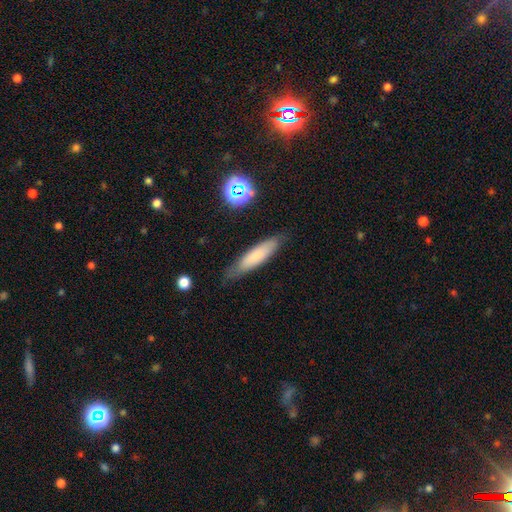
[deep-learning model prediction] A smooth galaxy with no disk features (74%) that is cigar-shaped (79%). Merging: none (82%).